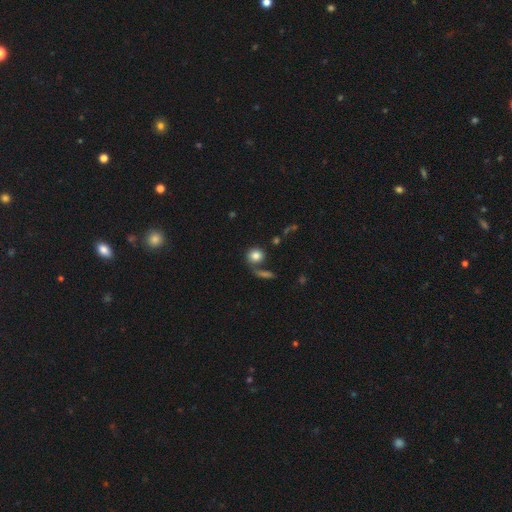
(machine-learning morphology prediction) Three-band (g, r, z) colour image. It shows a smooth galaxy with no disk features (82%) that is round (81%). Merging: none (61%).